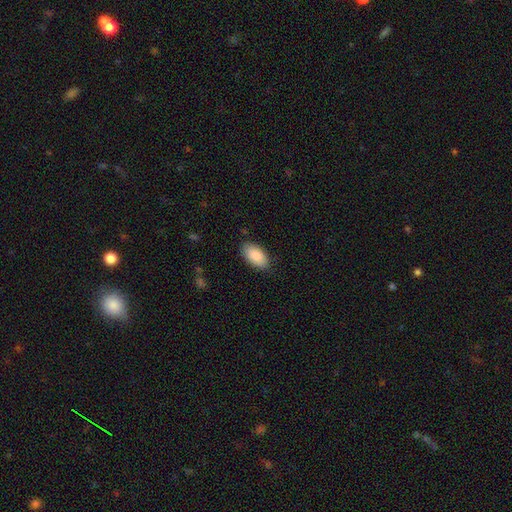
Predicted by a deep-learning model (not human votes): Q: Smooth or featured?
A: smooth (90%); runner-up: star or artifact (6%)
Q: How rounded?
A: in between (95%); runner-up: round (3%)
Q: Merging?
A: none (86%); runner-up: minor disturbance (11%)